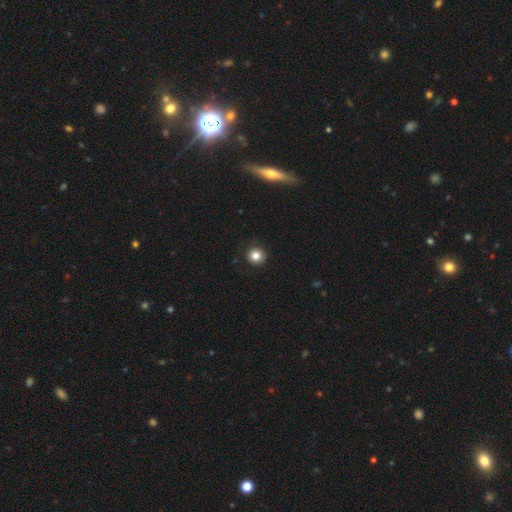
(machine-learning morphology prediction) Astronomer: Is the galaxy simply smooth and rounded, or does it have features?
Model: smooth — 83%.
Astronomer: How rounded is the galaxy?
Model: round — 94%.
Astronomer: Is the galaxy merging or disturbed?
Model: none — 92%.